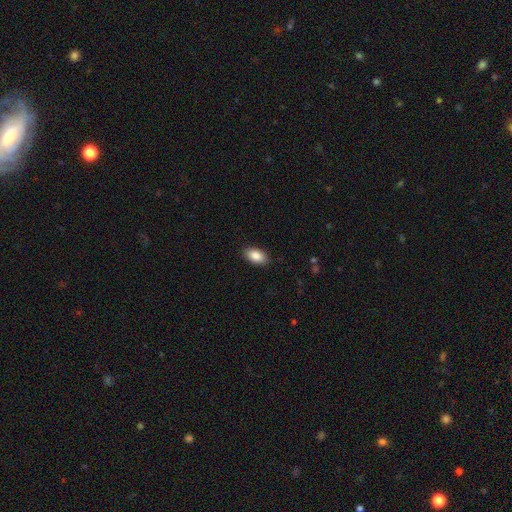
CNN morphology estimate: Smooth or featured: smooth — 87% (star or artifact — 7%)
How rounded: in between — 93% (round — 5%)
Merging: none — 88% (minor disturbance — 9%)